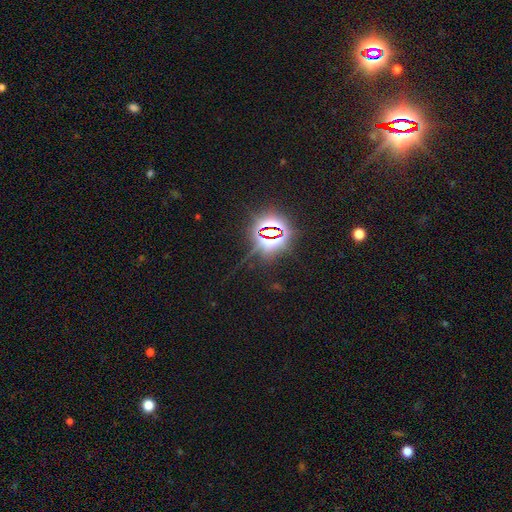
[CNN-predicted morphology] Overall: star or artifact (83%).